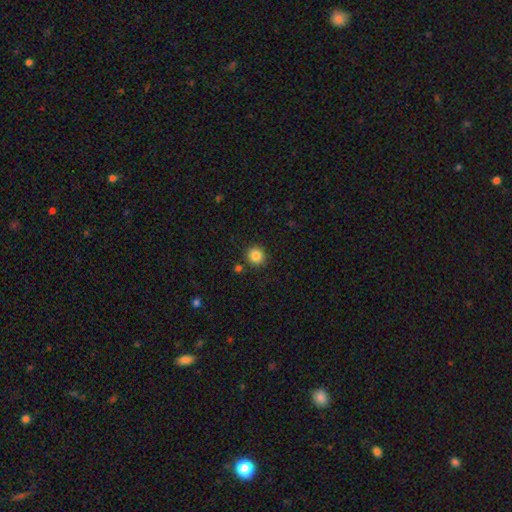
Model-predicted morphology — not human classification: smooth 84%, star or artifact 11%, featured or disk 5%. Down the decision tree: how rounded — round (92%); merging — none (87%).